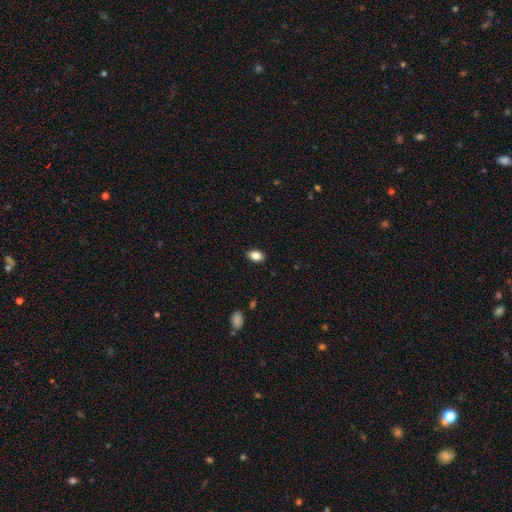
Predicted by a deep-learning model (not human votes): A smooth galaxy with no disk features (84%) that is in between round and cigar-shaped (88%). Merging: none (88%).